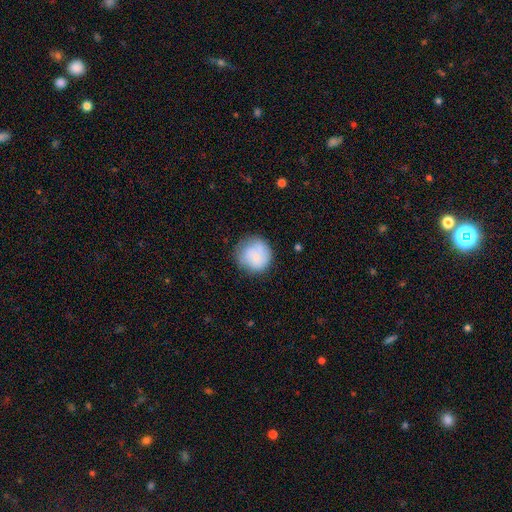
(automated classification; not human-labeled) Morphology: type=smooth (75%); roundness=round (91%); merging=none (70%).